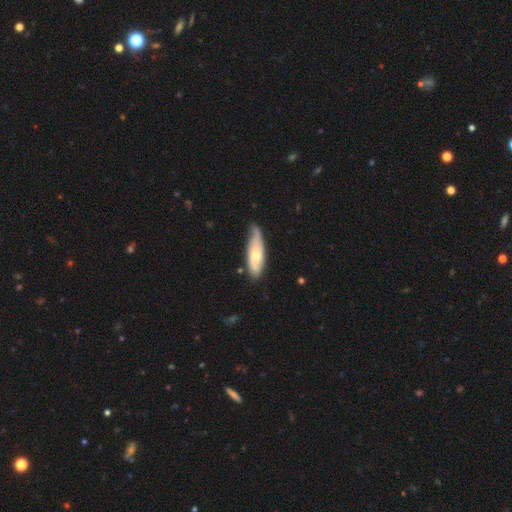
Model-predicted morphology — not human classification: Smooth or featured: smooth — 49% (featured or disk — 45%)
Merging: none — 55% (minor disturbance — 34%)